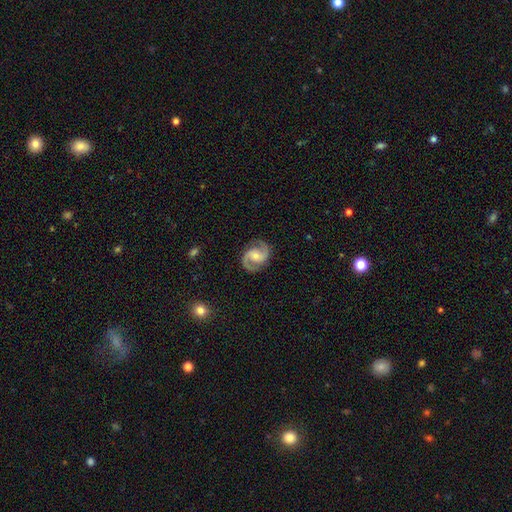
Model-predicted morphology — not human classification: smooth-or-featured: featured or disk: 91% | smooth: 5% | star or artifact: 4%
  disk-edge-on: no: 98% | yes: 2%
    bar: no: 46% | weak: 39% | strong: 16%
    has-spiral-arms: yes: 98% | no: 2%
      spiral-winding: medium: 62% | tight: 22% | loose: 15%
      spiral-arm-count: 2: 94% | can't tell: 2% | 1: 1% | 3: 1% | 4: 1% | more than 4: 1%
    bulge-size: small: 48% | moderate: 43% | none: 5% | large: 3% | dominant: 1%
  merging: none: 86% | minor disturbance: 10% | major disturbance: 3% | merger: 1%